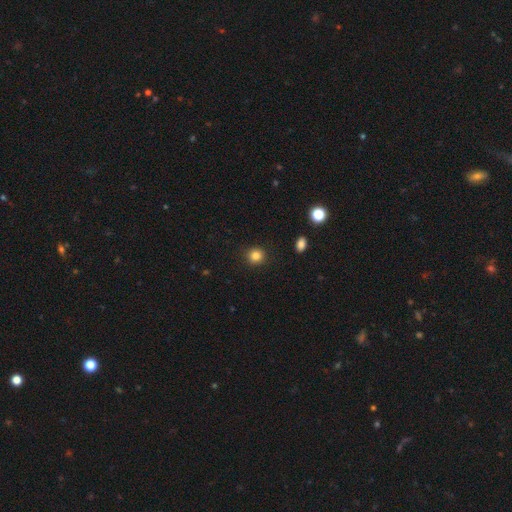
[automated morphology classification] Smooth or featured? Predicted: smooth (p=0.84). How rounded? Predicted: round (p=0.91). Merging? Predicted: none (p=0.91).